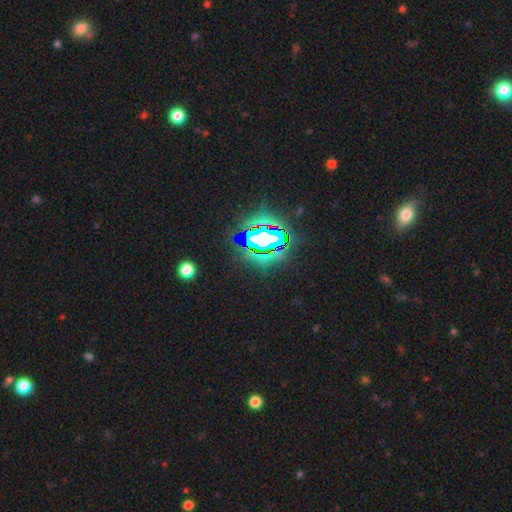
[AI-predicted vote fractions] Morphology: type=star or artifact (85%).